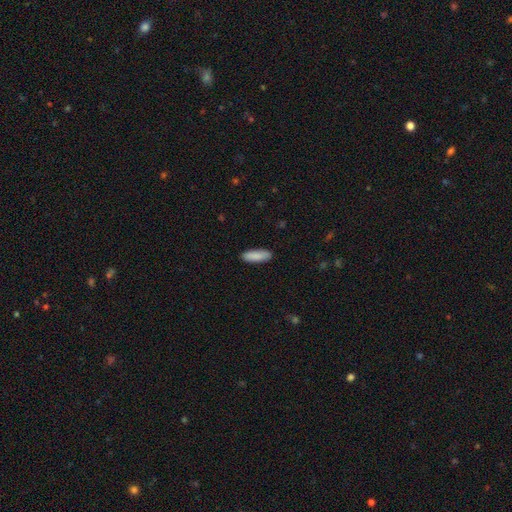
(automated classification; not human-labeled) Overall: smooth (89%). How rounded: in between (56%; cigar-shaped 42%). Merging: none (89%).